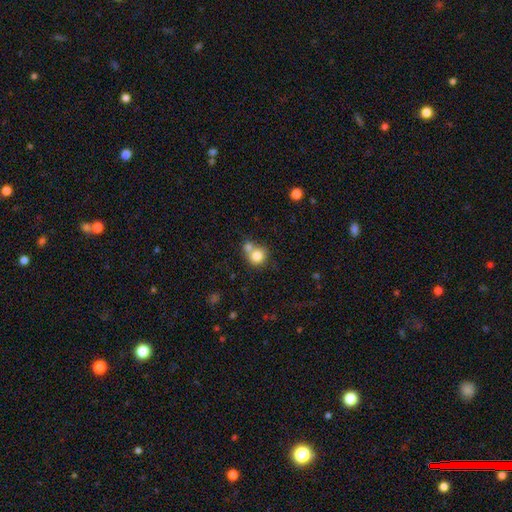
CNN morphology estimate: This appears to be a smooth galaxy with no disk features (80%) that is round (84%). Merging: merger (46%).